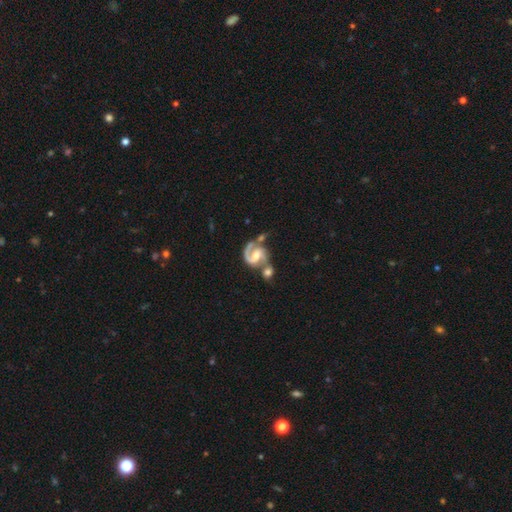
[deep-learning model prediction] Smooth or featured? featured or disk (90%)
Edge-on disk? no (98%)
Bar? weak (48%)
Spiral arms? yes (98%)
Spiral winding? medium (58%)
Spiral arm count? 2 (87%)
Bulge size? moderate (57%)
Merging? merger (45%)